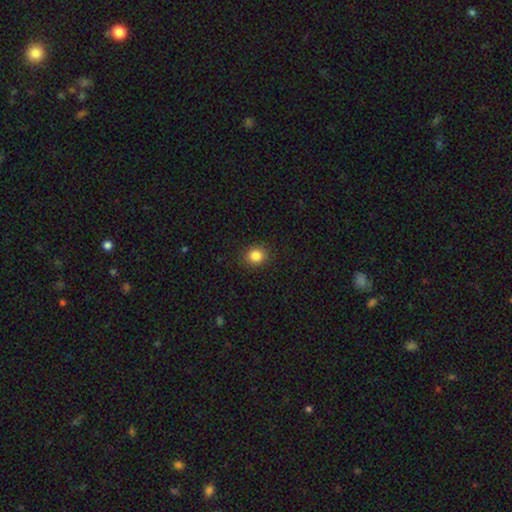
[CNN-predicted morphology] A smooth galaxy with no disk features (85%) that is round (82%). Merging: none (90%).